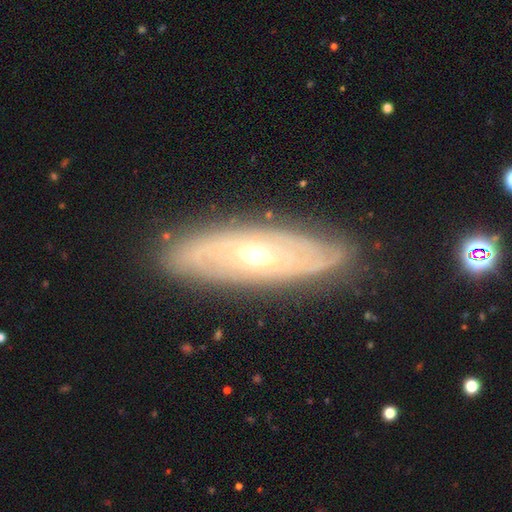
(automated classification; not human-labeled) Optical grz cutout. It shows a featured or disk galaxy (77%) with no bar (61%), tight (62%) spiral arms (85%) and a small central bulge (57%). Merging: none (84%).